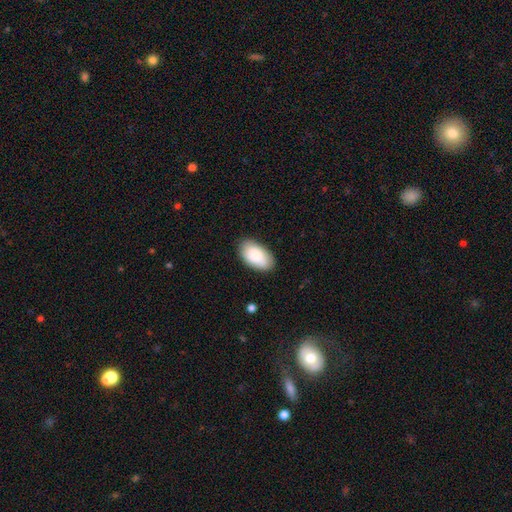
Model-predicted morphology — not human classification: A smooth galaxy with no disk features (83%) that is in between round and cigar-shaped (95%). Merging: none (84%).